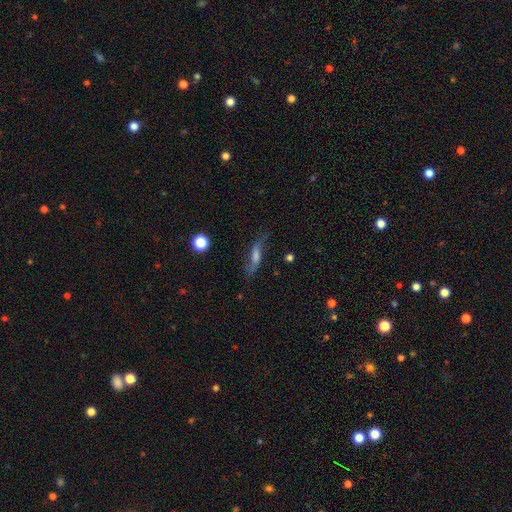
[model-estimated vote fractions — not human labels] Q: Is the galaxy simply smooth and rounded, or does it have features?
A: featured or disk — 63%.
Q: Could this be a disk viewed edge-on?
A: no — 66%.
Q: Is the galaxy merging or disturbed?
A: none — 68%.